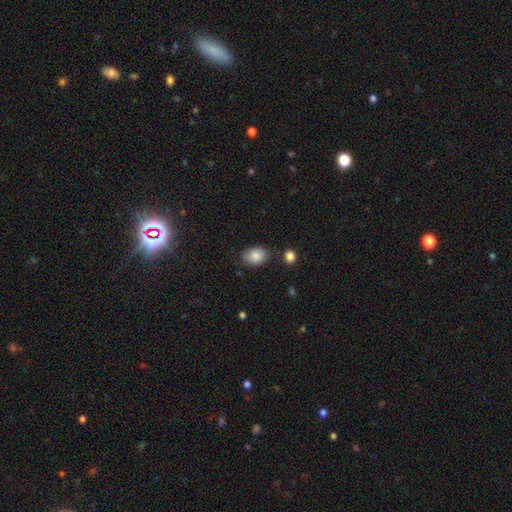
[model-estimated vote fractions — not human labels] A smooth galaxy with no disk features (84%) that is in between round and cigar-shaped (80%).

Vote fractions:
- Smooth or featured? smooth: 84% / featured or disk: 8% / star or artifact: 7%
- How rounded? in between: 80% / round: 18% / cigar-shaped: 1%
- Merging? none: 73% / minor disturbance: 19% / merger: 4% / major disturbance: 4%